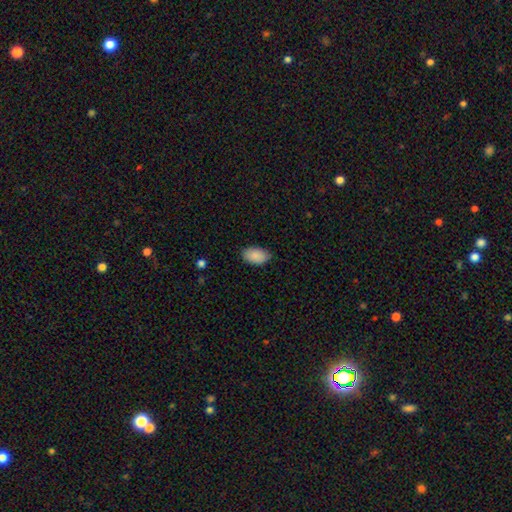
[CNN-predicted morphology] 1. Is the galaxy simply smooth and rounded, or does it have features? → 89% smooth, 6% star or artifact, 5% featured or disk.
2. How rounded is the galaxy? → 94% in between, 5% round, 1% cigar-shaped.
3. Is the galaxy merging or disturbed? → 83% none, 13% minor disturbance, 2% major disturbance, 1% merger.